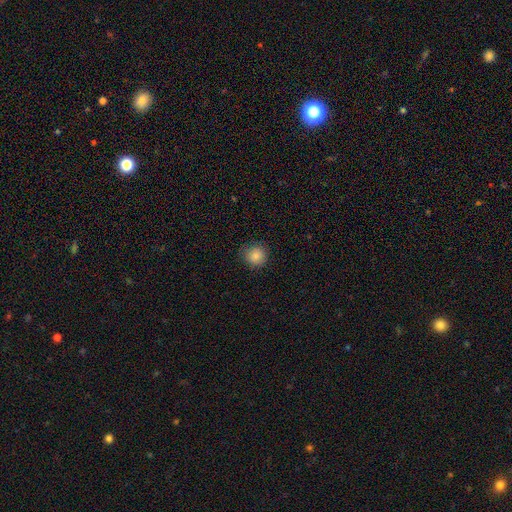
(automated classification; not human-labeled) smooth_or_featured: smooth (p=0.85) [alt: star or artifact p=0.10]
how_rounded: round (p=0.92) [alt: in between p=0.07]
merging: none (p=0.84) [alt: minor disturbance p=0.12]